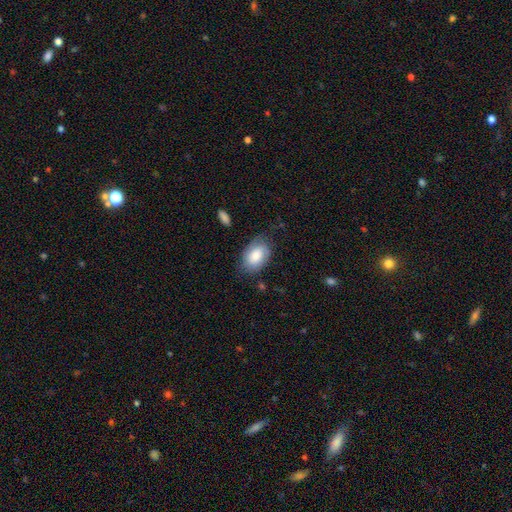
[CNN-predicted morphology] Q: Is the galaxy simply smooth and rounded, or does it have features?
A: smooth — 73%.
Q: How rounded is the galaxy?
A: in between — 89%.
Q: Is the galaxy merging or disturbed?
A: none — 64%.